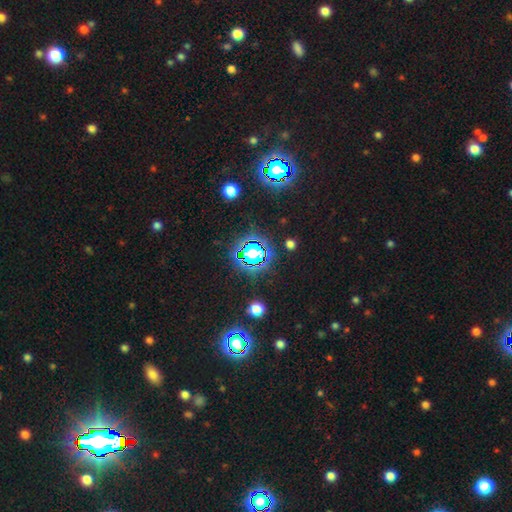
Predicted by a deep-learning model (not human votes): Q: Smooth or featured?
A: star or artifact (69%); runner-up: smooth (22%)